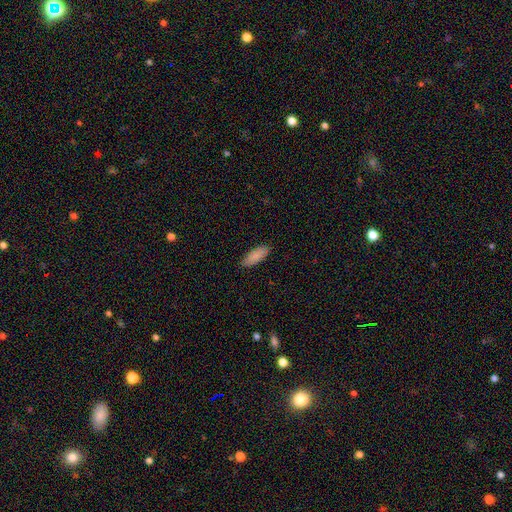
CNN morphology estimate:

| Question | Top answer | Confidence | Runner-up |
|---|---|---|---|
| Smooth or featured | smooth | 88% | featured or disk (6%) |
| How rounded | in between | 73% | cigar-shaped (25%) |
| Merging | none | 87% | minor disturbance (10%) |